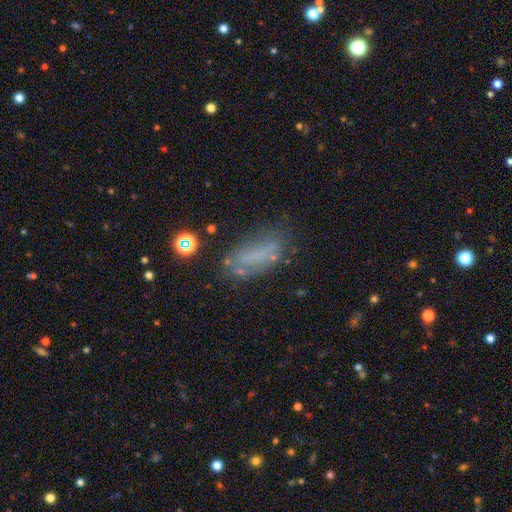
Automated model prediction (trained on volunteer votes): smooth 52%, featured or disk 31%, star or artifact 16%. Down the decision tree: how rounded — in between (70%); merging — none (53%).